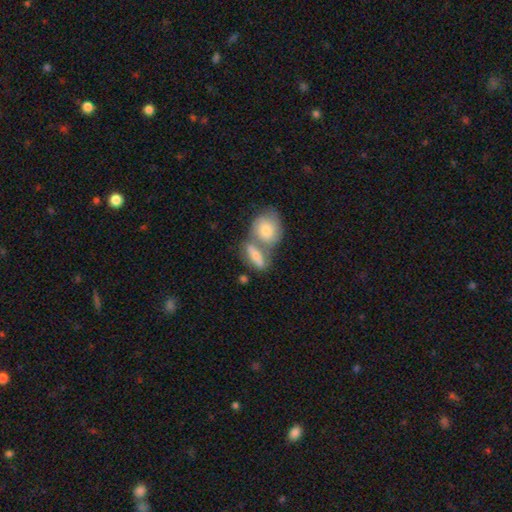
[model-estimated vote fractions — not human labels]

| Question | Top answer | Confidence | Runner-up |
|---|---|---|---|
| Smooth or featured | smooth | 68% | featured or disk (26%) |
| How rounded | in between | 71% | cigar-shaped (16%) |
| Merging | merger | 56% | none (29%) |